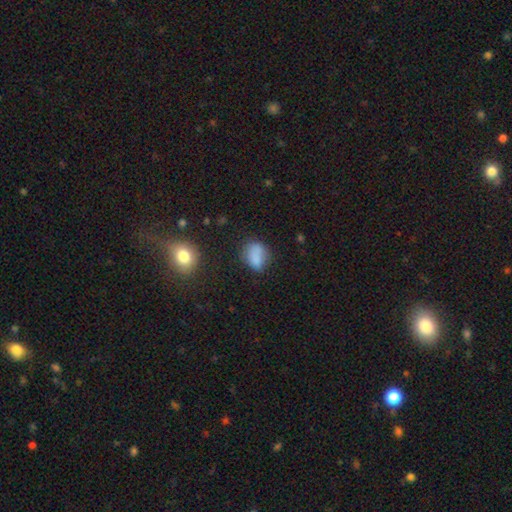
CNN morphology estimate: smooth_or_featured: smooth (p=0.80) [alt: star or artifact p=0.11]
how_rounded: in between (p=0.71) [alt: round p=0.26]
merging: none (p=0.55) [alt: minor disturbance p=0.29]